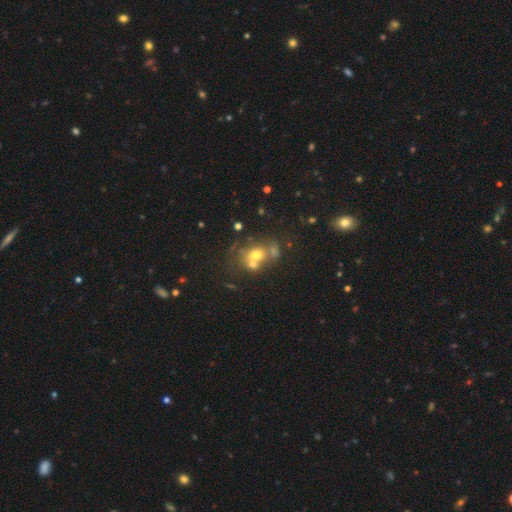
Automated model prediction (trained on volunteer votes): A smooth galaxy with no disk features (52%) that is round (63%).

Vote fractions:
- Smooth or featured? smooth: 52% / featured or disk: 27% / star or artifact: 20%
- How rounded? round: 63% / in between: 36% / cigar-shaped: 1%
- Merging? merger: 46% / none: 36% / minor disturbance: 10% / major disturbance: 7%